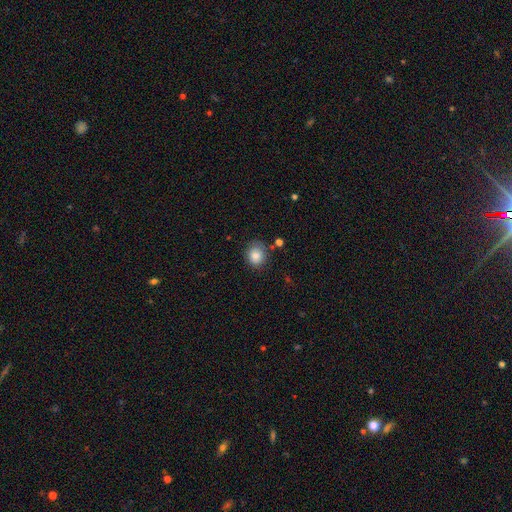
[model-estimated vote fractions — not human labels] The model was most divided on "how rounded": round: 75%, in between: 24%, cigar-shaped: 1%. More confident: smooth or featured — smooth (84%); merging — none (75%).